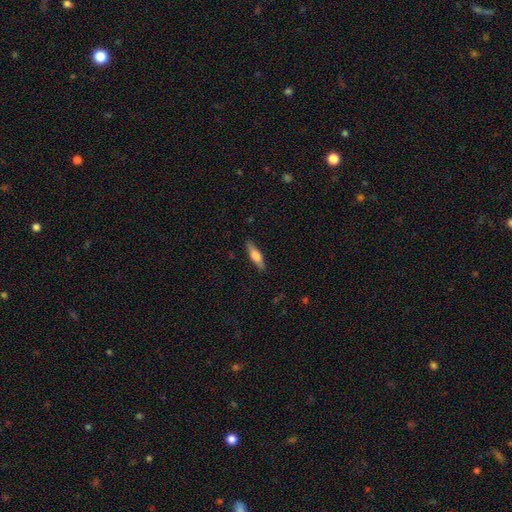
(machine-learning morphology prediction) A smooth galaxy with no disk features (52%) that is cigar-shaped (67%). Merging: none (87%).